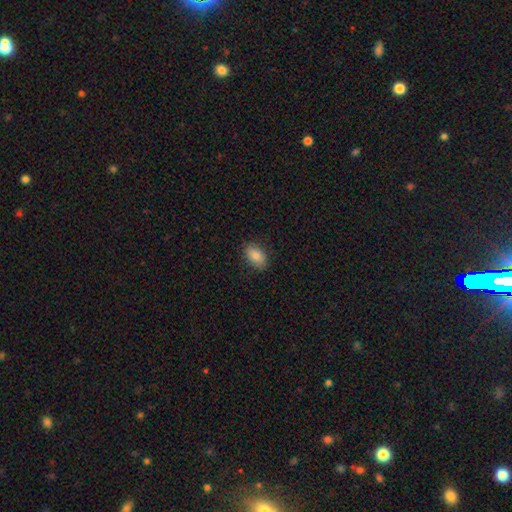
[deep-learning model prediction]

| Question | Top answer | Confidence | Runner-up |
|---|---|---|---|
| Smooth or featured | smooth | 85% | star or artifact (7%) |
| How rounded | in between | 90% | round (8%) |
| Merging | none | 86% | minor disturbance (10%) |